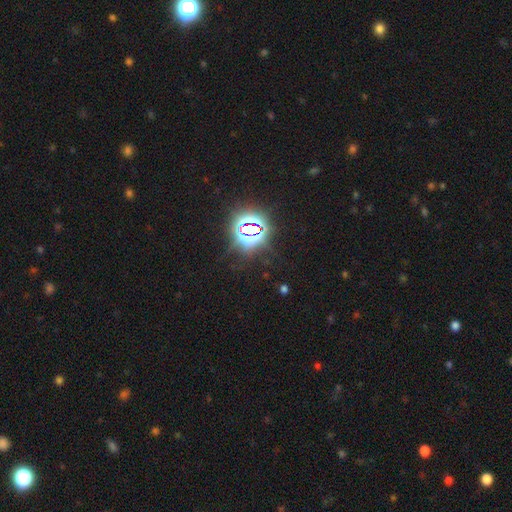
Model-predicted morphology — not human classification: Smooth or featured: star or artifact — 81% (smooth — 14%)